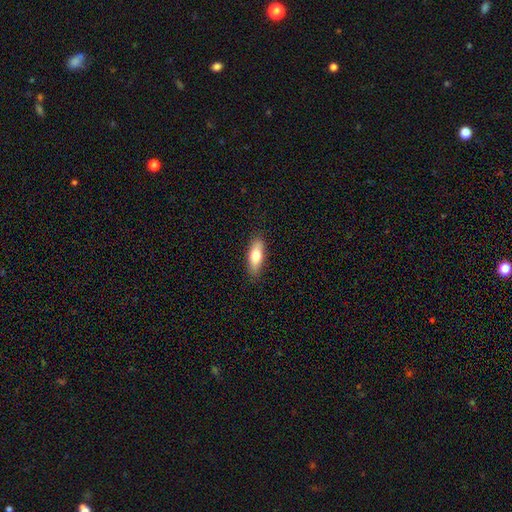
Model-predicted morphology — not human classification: type=smooth (73%); roundness=in between (63%); merging=none (86%).